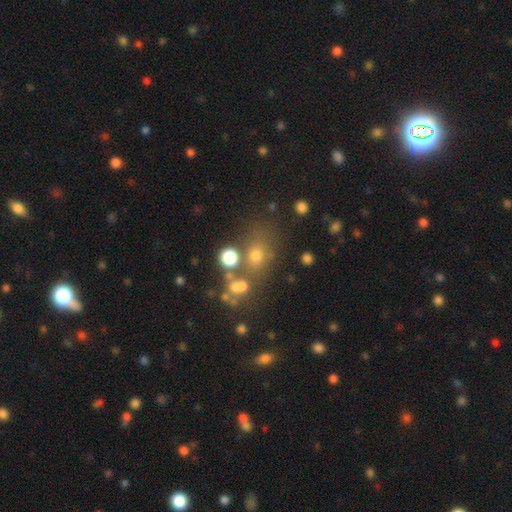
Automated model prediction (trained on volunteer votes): This is possibly a smooth galaxy (59%). How rounded: possibly round (53%). Merging: possibly none (57%).